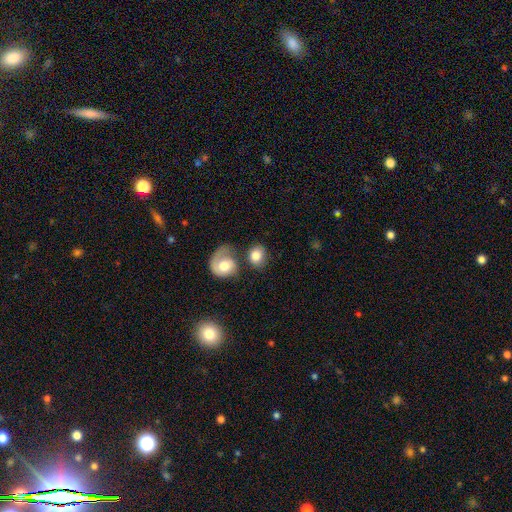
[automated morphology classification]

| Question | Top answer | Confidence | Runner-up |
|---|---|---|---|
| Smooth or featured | smooth | 76% | featured or disk (17%) |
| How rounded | round | 58% | in between (41%) |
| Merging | none | 50% | merger (25%) |